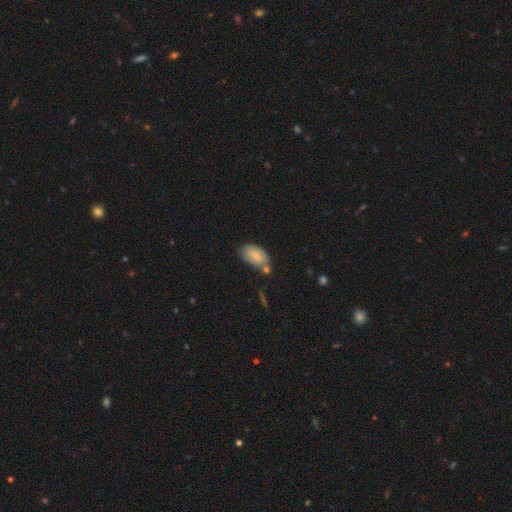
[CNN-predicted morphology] Smooth or featured: smooth — 80% (featured or disk — 13%)
How rounded: in between — 94% (round — 4%)
Merging: none — 59% (minor disturbance — 20%)